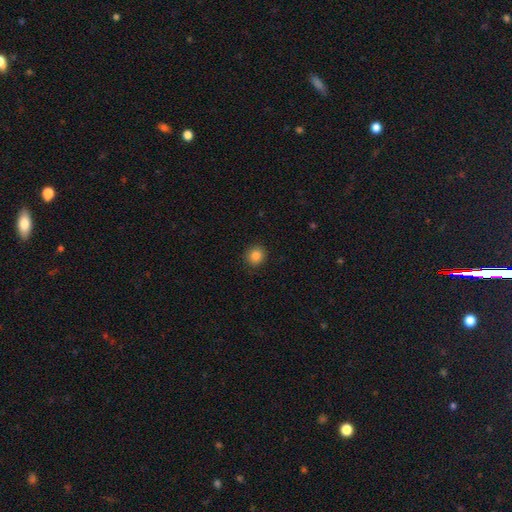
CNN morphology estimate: This appears to be a smooth galaxy with no disk features (85%) that is round (86%). Merging: none (90%).